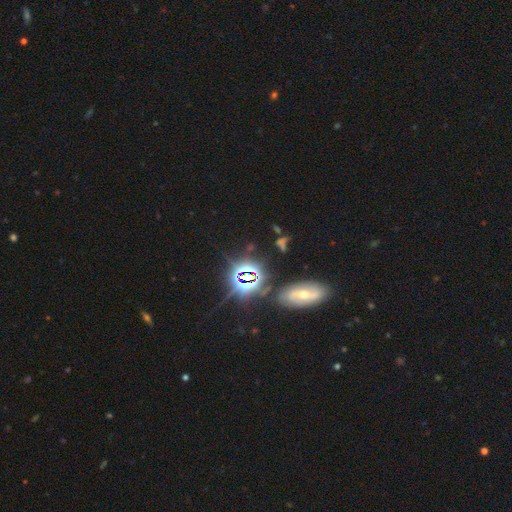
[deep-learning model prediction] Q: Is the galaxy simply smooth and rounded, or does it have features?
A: star or artifact — 67%.